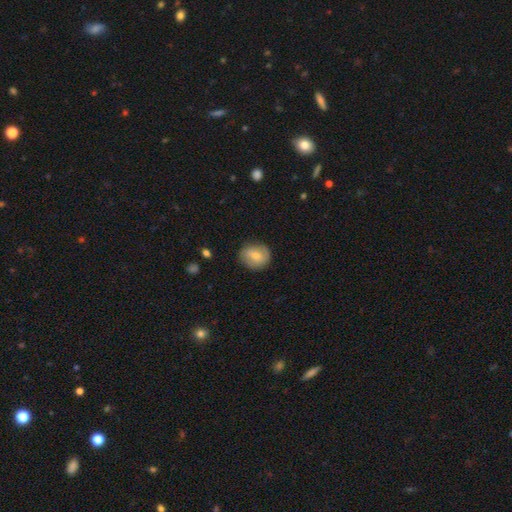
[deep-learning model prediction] The model was most divided on "smooth or featured": smooth: 67%, featured or disk: 25%, star or artifact: 8%. More confident: merging — none (79%); how rounded — round (71%).